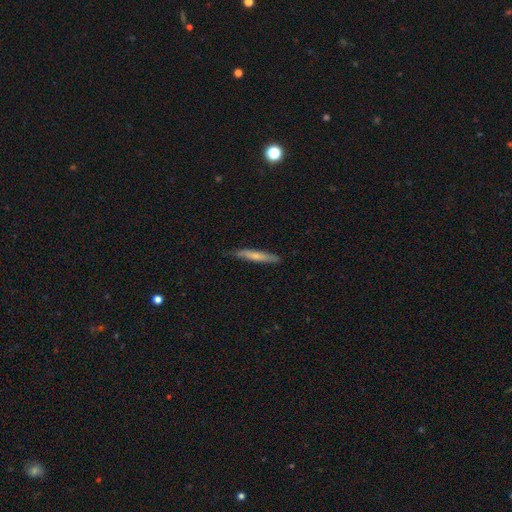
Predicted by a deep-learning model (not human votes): This is likely a smooth galaxy (63%). How rounded: clearly cigar-shaped (93%). Merging: clearly none (82%).